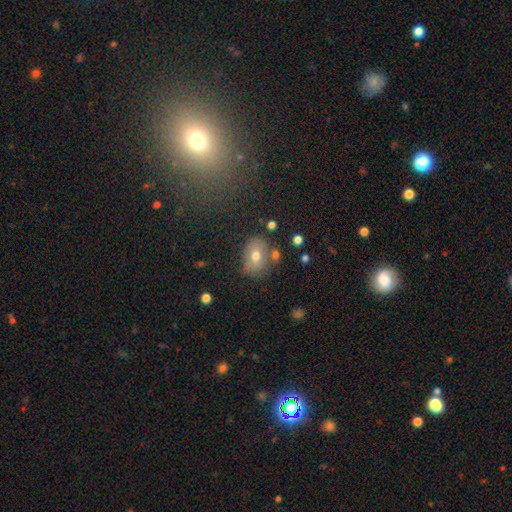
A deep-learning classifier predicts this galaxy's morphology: Smooth or featured: smooth — 65% (featured or disk — 22%)
How rounded: in between — 66% (round — 33%)
Merging: none — 65% (minor disturbance — 20%)